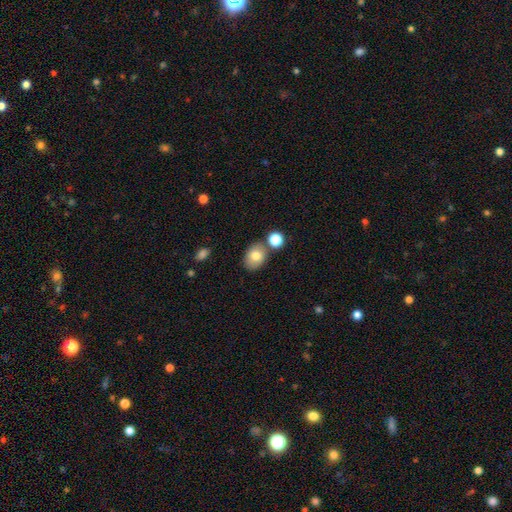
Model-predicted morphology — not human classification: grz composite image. It shows a smooth galaxy with no disk features (78%) that is in between round and cigar-shaped (68%). Merging: none (71%).